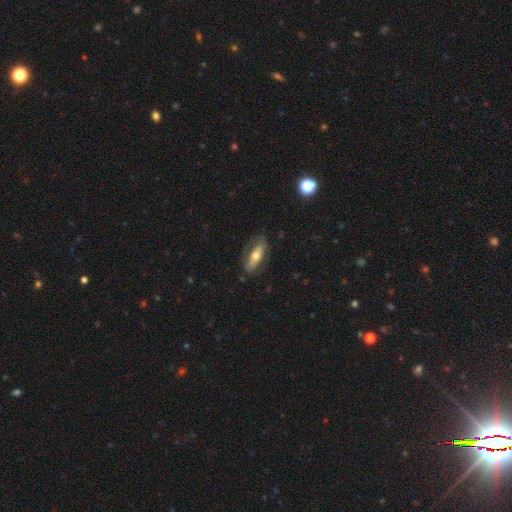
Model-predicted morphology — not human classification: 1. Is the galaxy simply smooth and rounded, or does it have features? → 49% featured or disk, 44% smooth, 6% star or artifact.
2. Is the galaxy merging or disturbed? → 70% none, 19% minor disturbance, 9% major disturbance, 2% merger.